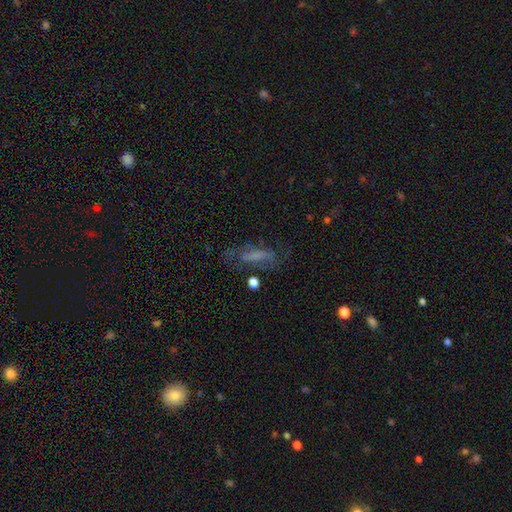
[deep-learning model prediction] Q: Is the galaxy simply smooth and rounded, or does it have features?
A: smooth — 47%.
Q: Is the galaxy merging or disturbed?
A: none — 54%.